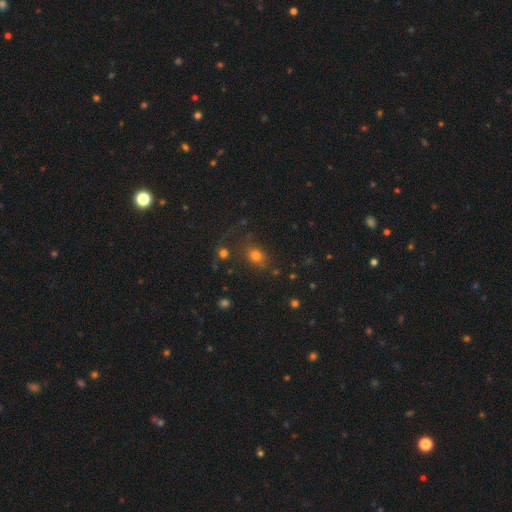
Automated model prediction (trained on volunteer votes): Overall: smooth (73%). How rounded: round (50%; in between 48%). Merging: none (69%).